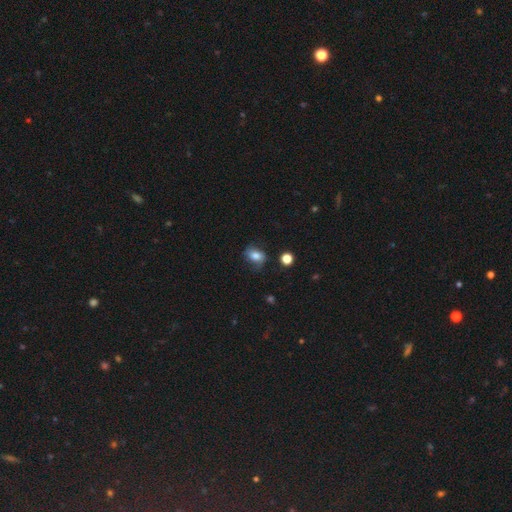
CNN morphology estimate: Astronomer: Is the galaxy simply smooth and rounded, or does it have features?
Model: smooth — 74%.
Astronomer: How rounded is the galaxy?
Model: in between — 68%.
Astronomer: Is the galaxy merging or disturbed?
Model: none — 60%.